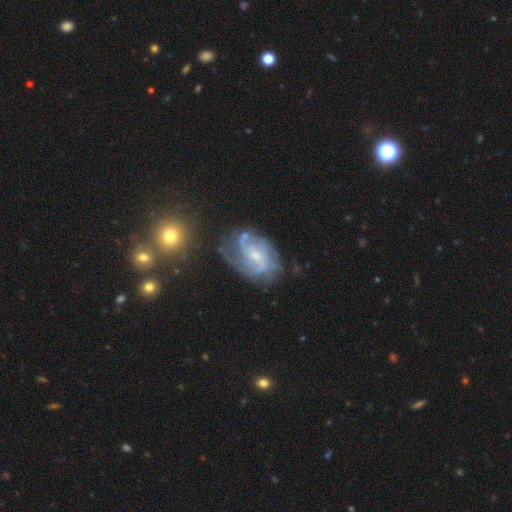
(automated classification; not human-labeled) Smooth or featured? featured or disk (84%)
Edge-on disk? no (97%)
Bar? no (52%)
Spiral arms? yes (94%)
Spiral winding? medium (44%)
Spiral arm count? 2 (33%)
Bulge size? small (66%)
Merging? none (58%)